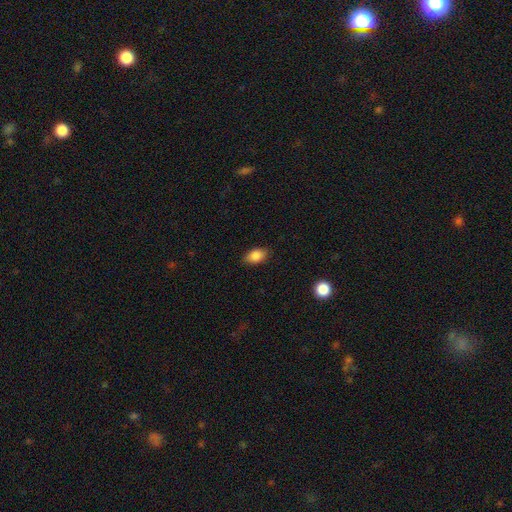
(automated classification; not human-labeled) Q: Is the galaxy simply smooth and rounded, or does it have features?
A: smooth — 86%.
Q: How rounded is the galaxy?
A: in between — 88%.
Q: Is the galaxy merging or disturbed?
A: none — 86%.